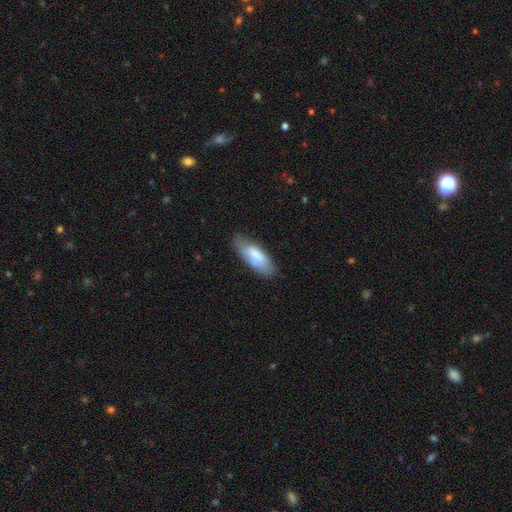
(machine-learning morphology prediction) Smooth or featured: smooth — 75% (featured or disk — 19%)
How rounded: in between — 74% (cigar-shaped — 24%)
Merging: none — 68% (minor disturbance — 25%)